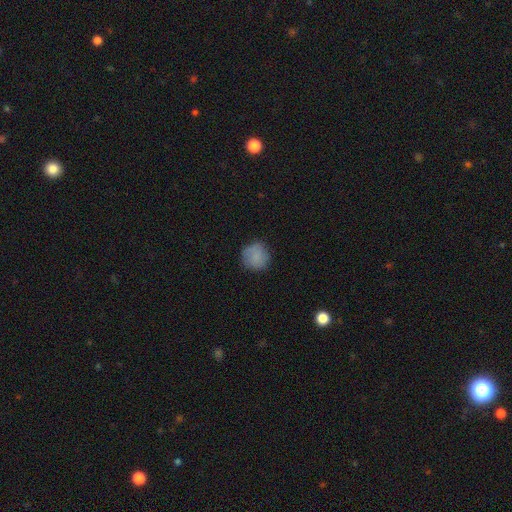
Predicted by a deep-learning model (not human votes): This is clearly a smooth galaxy (82%). How rounded: clearly round (90%). Merging: likely none (77%).